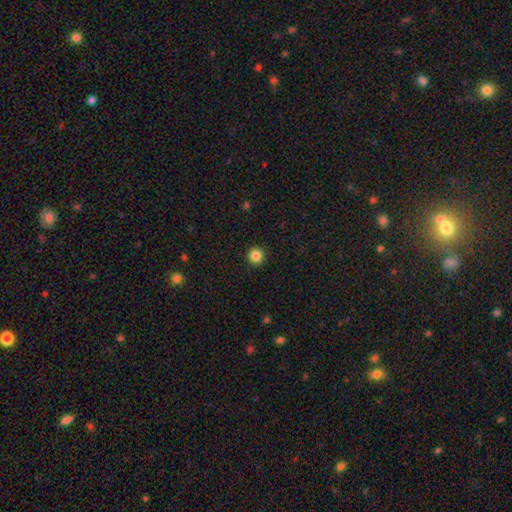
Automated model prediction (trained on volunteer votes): This is clearly a smooth galaxy (86%). How rounded: clearly round (95%). Merging: clearly none (93%).